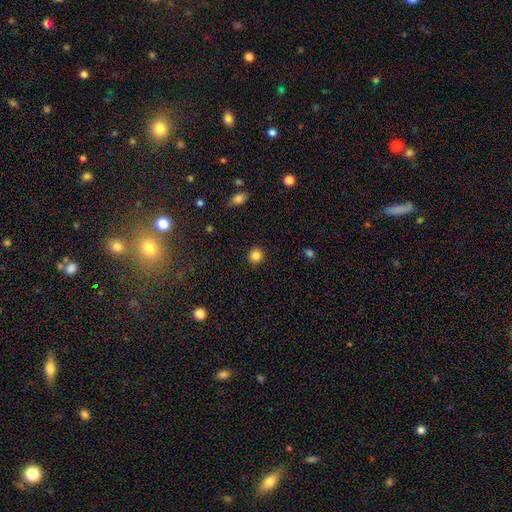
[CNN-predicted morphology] Q: Smooth or featured?
A: smooth (85%); runner-up: star or artifact (11%)
Q: How rounded?
A: round (93%); runner-up: in between (6%)
Q: Merging?
A: none (92%); runner-up: minor disturbance (5%)